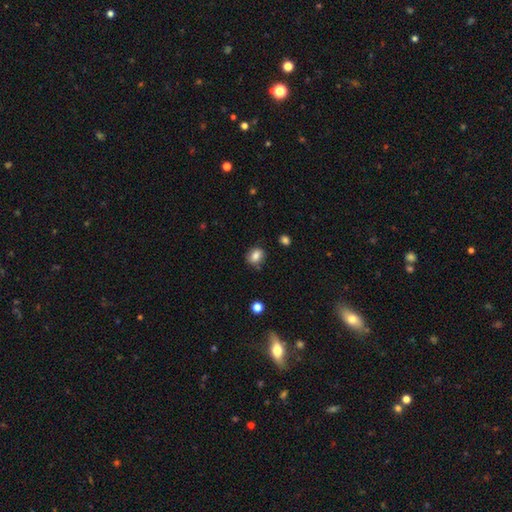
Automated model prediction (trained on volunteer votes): smooth-or-featured: smooth: 82% | star or artifact: 10% | featured or disk: 8%
  how-rounded: in between: 56% | round: 43% | cigar-shaped: 1%
  merging: none: 79% | minor disturbance: 15% | major disturbance: 3% | merger: 3%